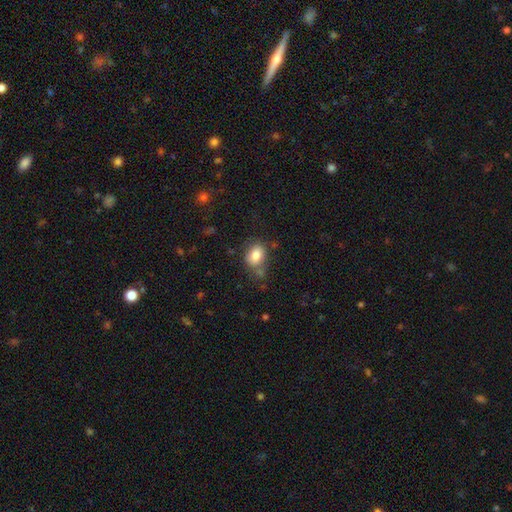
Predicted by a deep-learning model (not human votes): This is clearly a smooth galaxy (82%). How rounded: likely in between (69%). Merging: likely none (67%).